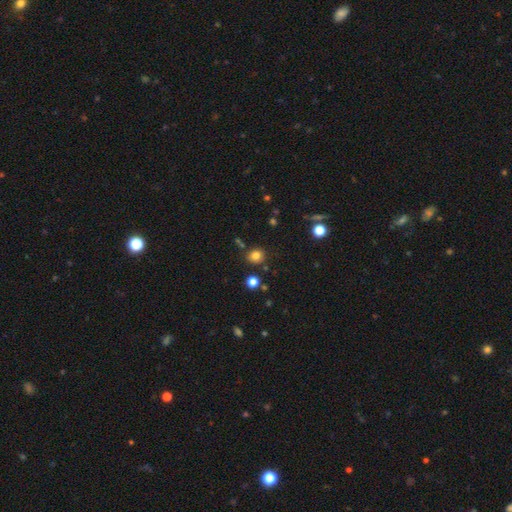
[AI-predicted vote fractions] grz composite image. It shows a smooth galaxy with no disk features (80%) that is round (81%). Merging: none (83%).